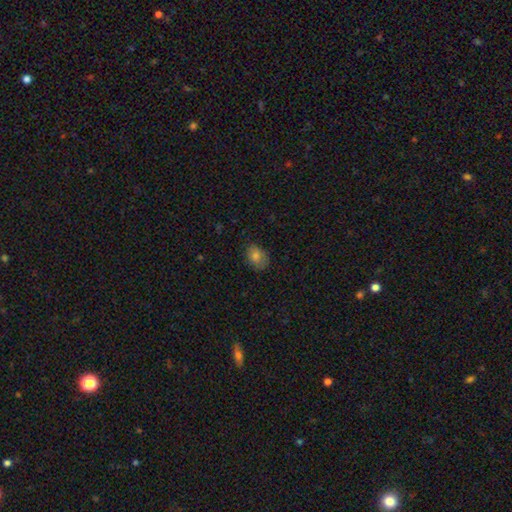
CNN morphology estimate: type=smooth (77%); roundness=in between (67%); merging=none (73%).